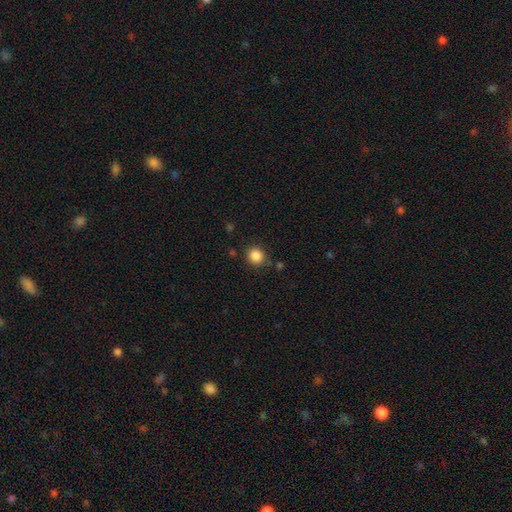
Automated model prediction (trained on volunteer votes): smooth_or_featured: smooth (p=0.86) [alt: star or artifact p=0.10]
how_rounded: round (p=0.85) [alt: in between p=0.14]
merging: none (p=0.83) [alt: minor disturbance p=0.11]